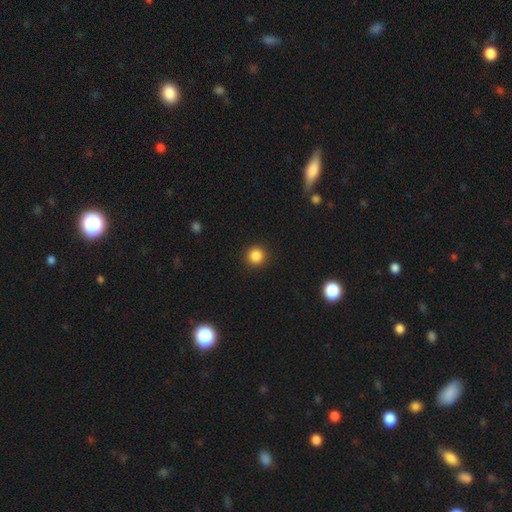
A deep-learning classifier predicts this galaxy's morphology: smooth-or-featured: smooth: 86% | star or artifact: 11% | featured or disk: 3%
  how-rounded: round: 95% | in between: 4% | cigar-shaped: 1%
  merging: none: 92% | minor disturbance: 5% | major disturbance: 2% | merger: 1%